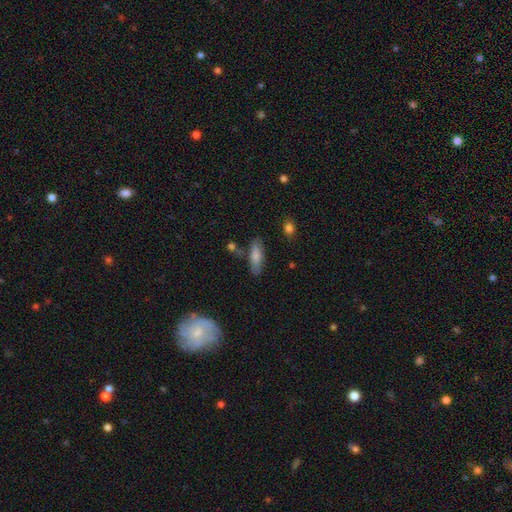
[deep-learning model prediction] A smooth galaxy with no disk features (77%) that is in between round and cigar-shaped (63%).

Vote fractions:
- Smooth or featured? smooth: 77% / featured or disk: 16% / star or artifact: 7%
- How rounded? in between: 63% / cigar-shaped: 35% / round: 2%
- Merging? none: 74% / minor disturbance: 17% / merger: 5% / major disturbance: 4%